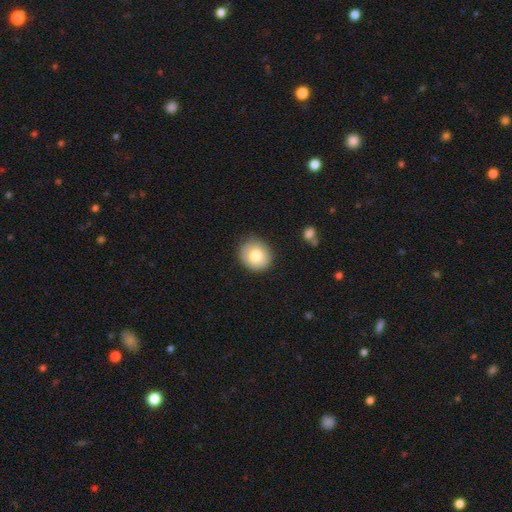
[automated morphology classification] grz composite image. It shows a smooth galaxy with no disk features (80%) that is round (78%). Merging: none (82%).